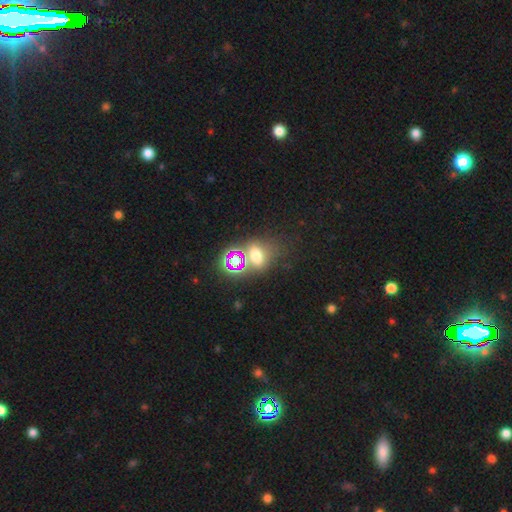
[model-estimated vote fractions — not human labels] smooth-or-featured: smooth: 48% | star or artifact: 36% | featured or disk: 16%
  merging: none: 50% | merger: 24% | minor disturbance: 15% | major disturbance: 11%